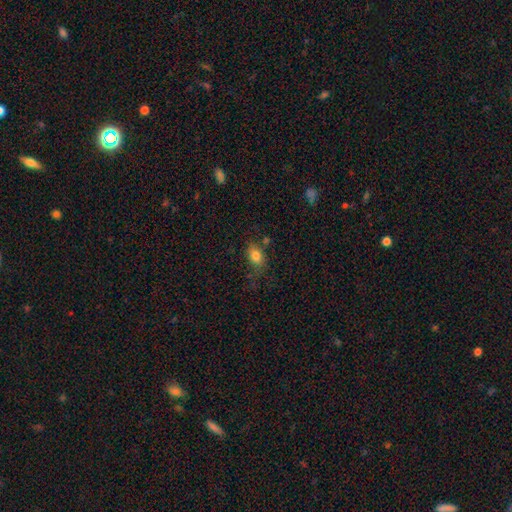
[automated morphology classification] Q: Smooth or featured?
A: smooth (82%); runner-up: star or artifact (10%)
Q: How rounded?
A: in between (79%); runner-up: round (19%)
Q: Merging?
A: none (64%); runner-up: minor disturbance (21%)